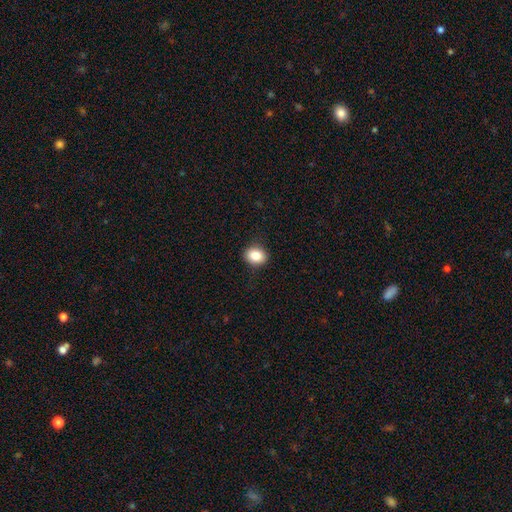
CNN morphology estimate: A smooth galaxy with no disk features (84%) that is round (55%).

Vote fractions:
- Smooth or featured? smooth: 84% / star or artifact: 9% / featured or disk: 7%
- How rounded? round: 55% / in between: 44% / cigar-shaped: 1%
- Merging? none: 89% / minor disturbance: 8% / major disturbance: 2% / merger: 1%